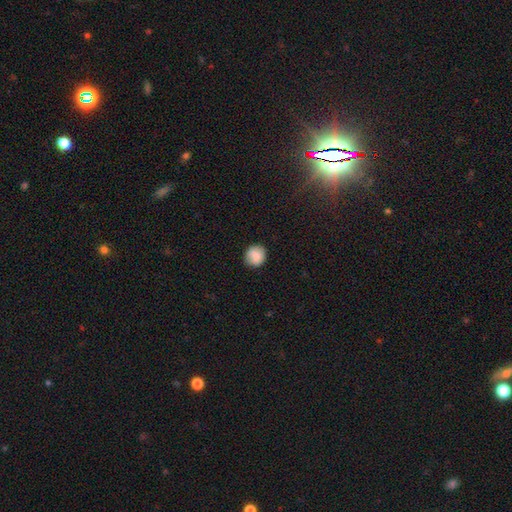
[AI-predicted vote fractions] smooth_or_featured: smooth (p=0.85) [alt: star or artifact p=0.08]
how_rounded: round (p=0.86) [alt: in between p=0.13]
merging: none (p=0.83) [alt: minor disturbance p=0.13]